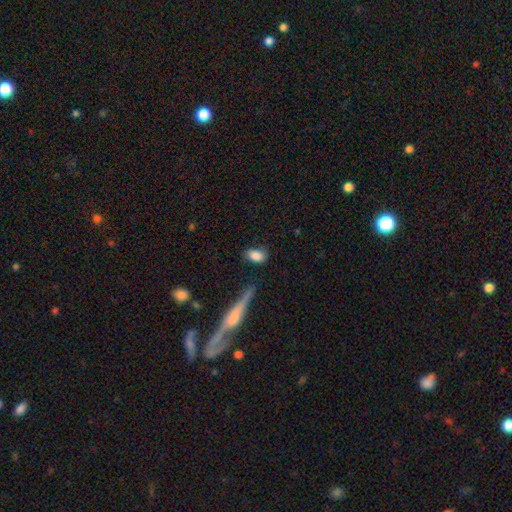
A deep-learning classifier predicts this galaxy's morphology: This appears to be a smooth galaxy with no disk features (84%) that is in between round and cigar-shaped (87%). Merging: none (69%).